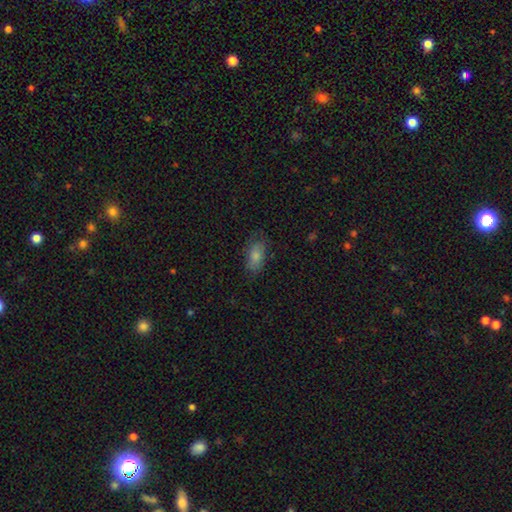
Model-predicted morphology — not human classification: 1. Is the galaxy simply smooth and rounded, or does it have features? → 79% smooth, 13% featured or disk, 8% star or artifact.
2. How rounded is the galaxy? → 90% in between, 5% cigar-shaped, 5% round.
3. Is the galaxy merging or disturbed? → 72% none, 21% minor disturbance, 6% major disturbance, 1% merger.